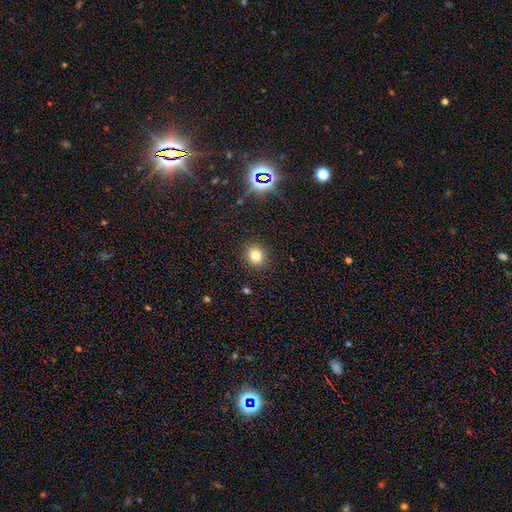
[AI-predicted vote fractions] Smooth or featured: smooth — 79% (star or artifact — 15%)
How rounded: round — 73% (in between — 26%)
Merging: none — 90% (minor disturbance — 7%)